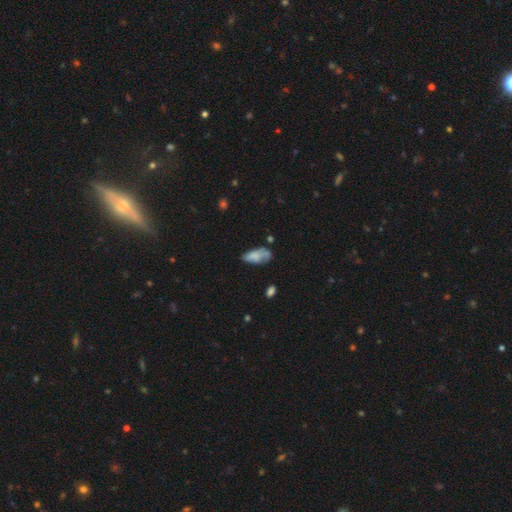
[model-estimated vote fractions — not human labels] A smooth galaxy with no disk features (70%) that is in between round and cigar-shaped (87%).

Vote fractions:
- Smooth or featured? smooth: 70% / featured or disk: 22% / star or artifact: 8%
- How rounded? in between: 87% / cigar-shaped: 10% / round: 2%
- Merging? none: 45% / minor disturbance: 34% / major disturbance: 15% / merger: 7%